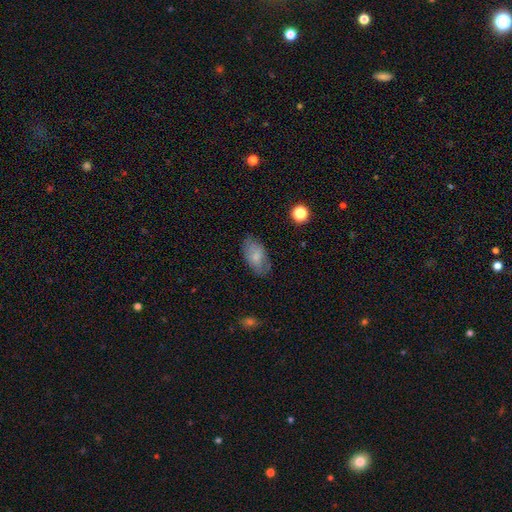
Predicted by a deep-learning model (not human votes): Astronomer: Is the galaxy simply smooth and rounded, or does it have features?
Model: smooth — 73%.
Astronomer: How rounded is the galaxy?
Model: in between — 93%.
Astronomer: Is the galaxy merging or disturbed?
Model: none — 75%.